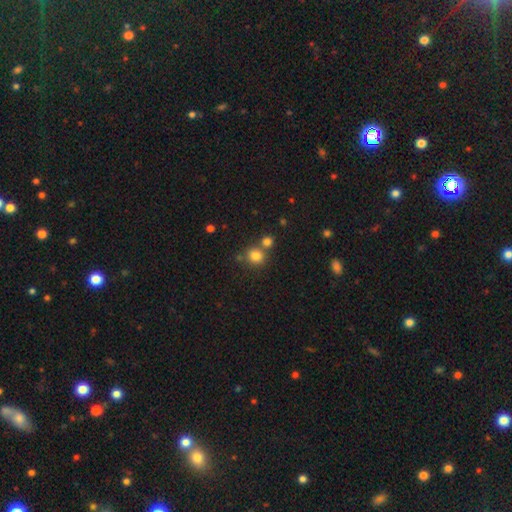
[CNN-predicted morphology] smooth 80%, star or artifact 13%, featured or disk 7%. Down the decision tree: how rounded — round (84%); merging — none (62%).